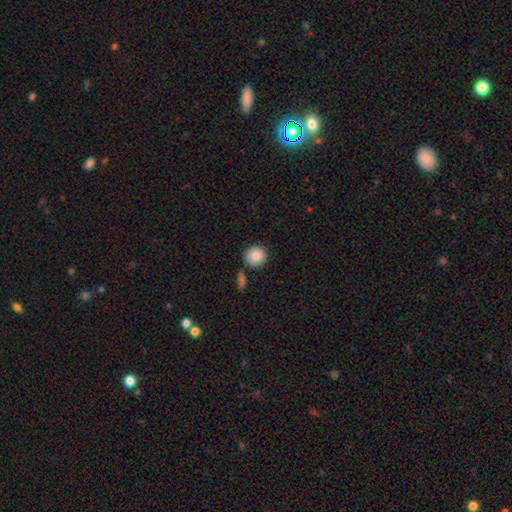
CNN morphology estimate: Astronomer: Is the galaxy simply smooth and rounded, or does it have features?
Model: smooth — 88%.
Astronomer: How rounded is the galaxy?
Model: round — 90%.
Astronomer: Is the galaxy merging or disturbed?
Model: none — 78%.